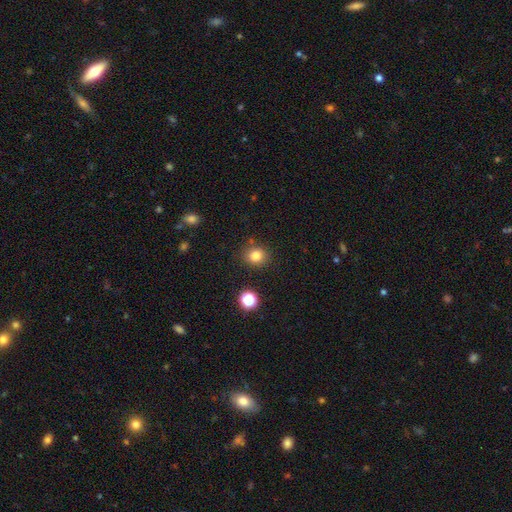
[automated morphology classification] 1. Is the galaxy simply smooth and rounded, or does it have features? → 81% smooth, 13% star or artifact, 6% featured or disk.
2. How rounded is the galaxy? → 78% round, 21% in between, 1% cigar-shaped.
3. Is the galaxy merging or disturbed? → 84% none, 9% minor disturbance, 3% merger, 3% major disturbance.